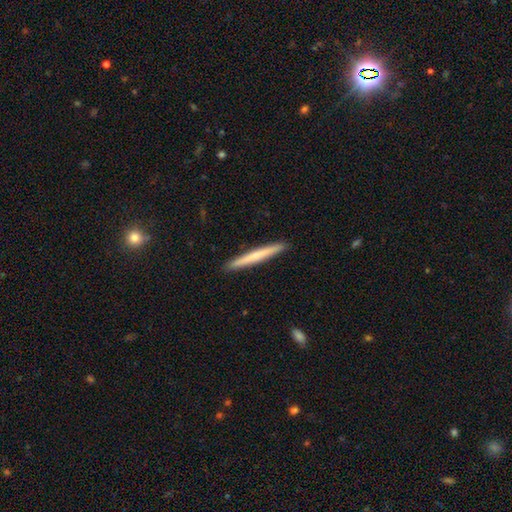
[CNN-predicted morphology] A smooth galaxy with no disk features (60%) that is cigar-shaped (97%). Merging: none (92%).